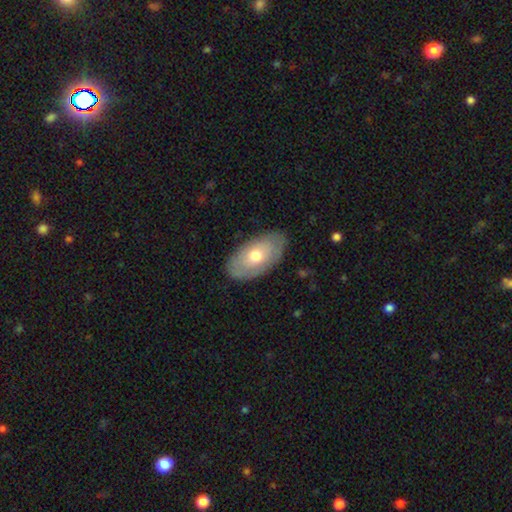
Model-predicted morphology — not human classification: Smooth or featured: smooth — 54% (featured or disk — 40%)
How rounded: in between — 94% (round — 4%)
Merging: none — 83% (minor disturbance — 14%)